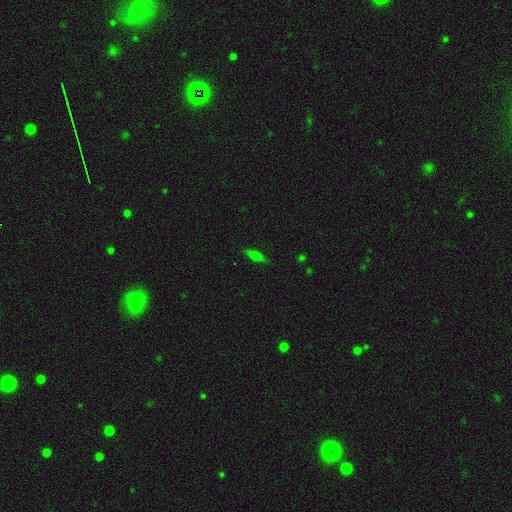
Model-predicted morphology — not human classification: Smooth or featured: smooth — 48% (featured or disk — 38%)
Merging: none — 86% (minor disturbance — 11%)